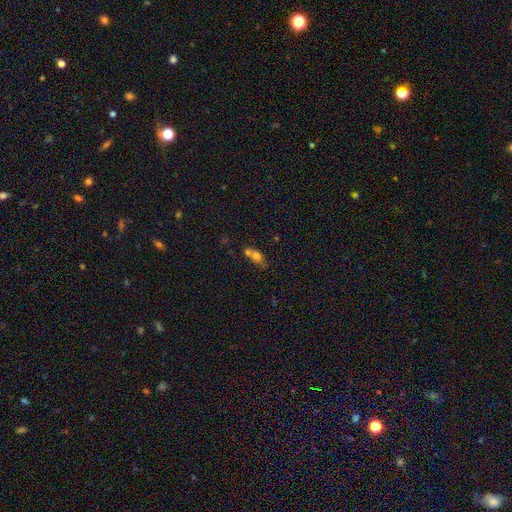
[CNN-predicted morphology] Q: Smooth or featured?
A: smooth (68%); runner-up: featured or disk (21%)
Q: How rounded?
A: in between (62%); runner-up: round (28%)
Q: Merging?
A: merger (50%); runner-up: none (33%)